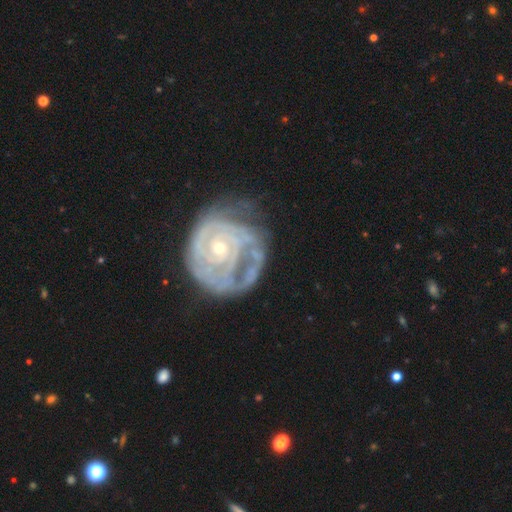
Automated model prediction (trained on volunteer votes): Smooth or featured? Predicted: featured or disk (p=0.84). Edge-on disk? Predicted: no (p=0.98). Bar? Predicted: no (p=0.81). Spiral arms? Predicted: yes (p=0.86). Spiral winding? Predicted: tight (p=0.74). Spiral arm count? Predicted: can't tell (p=0.45). Bulge size? Predicted: small (p=0.66). Merging? Predicted: none (p=0.40).